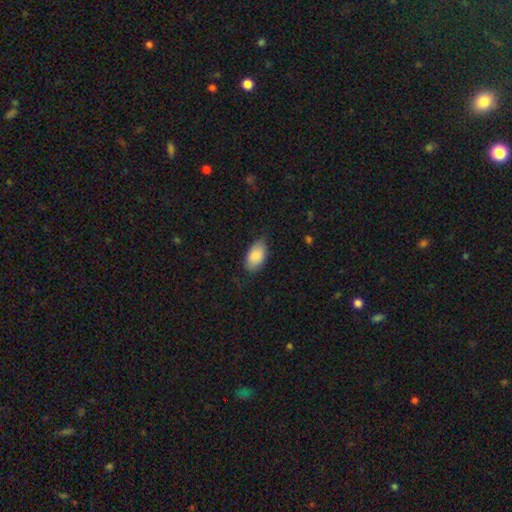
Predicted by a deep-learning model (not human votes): Smooth or featured? smooth (86%)
How rounded? in between (94%)
Merging? none (69%)